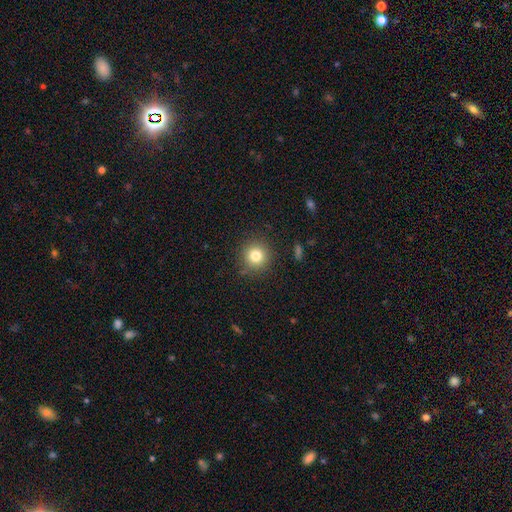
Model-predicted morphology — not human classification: Smooth or featured?
  - smooth: 80% *
  - star or artifact: 12%
  - featured or disk: 8%
How rounded?
  - round: 94% *
  - in between: 5%
  - cigar-shaped: 1%
Merging?
  - none: 88% *
  - minor disturbance: 8%
  - major disturbance: 3%
  - merger: 1%